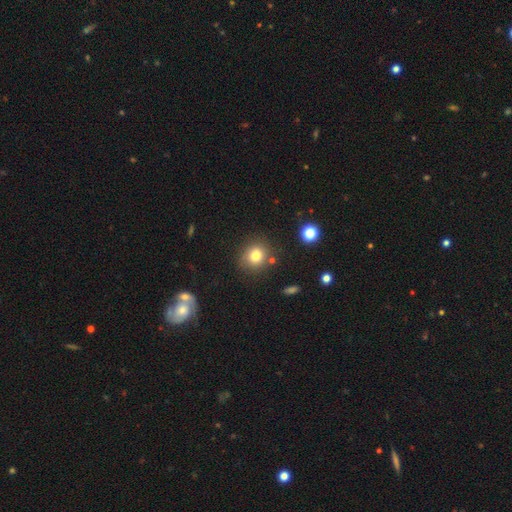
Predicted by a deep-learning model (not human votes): Smooth or featured? Predicted: smooth (p=0.78). How rounded? Predicted: round (p=0.83). Merging? Predicted: none (p=0.80).